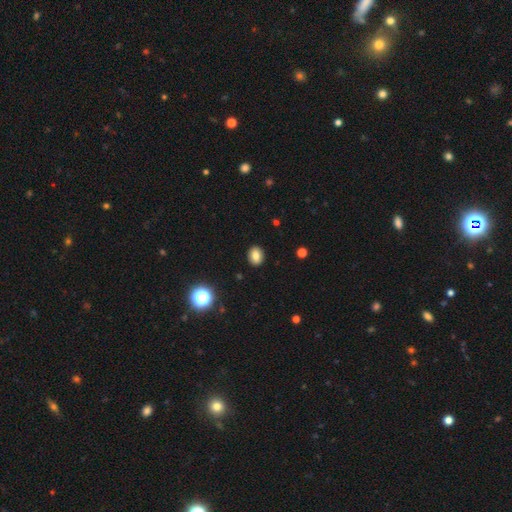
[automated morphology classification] Smooth or featured: smooth — 79% (star or artifact — 12%)
How rounded: round — 51% (in between — 48%)
Merging: none — 91% (minor disturbance — 7%)